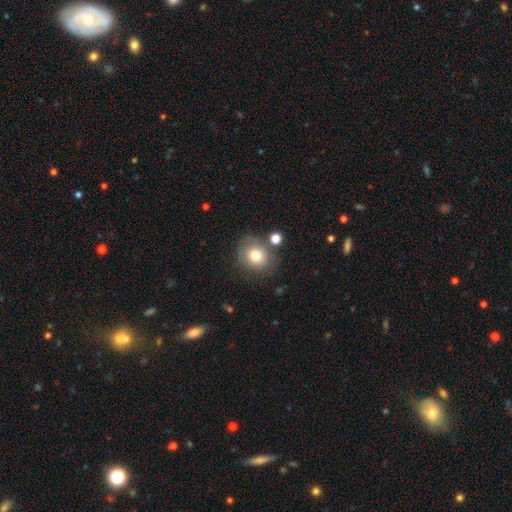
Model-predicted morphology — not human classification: type=smooth (76%); roundness=round (76%); merging=none (69%).